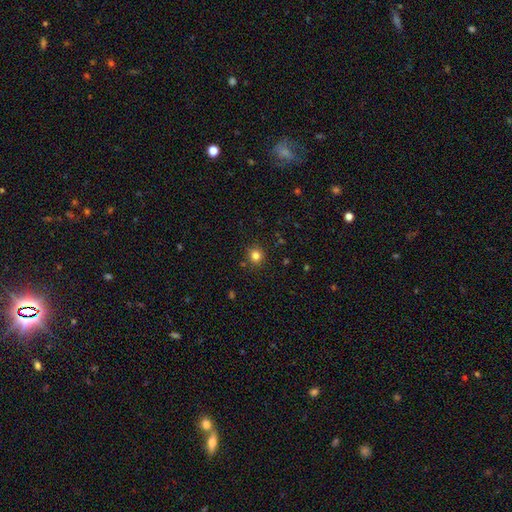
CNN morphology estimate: type=smooth (82%); roundness=round (91%); merging=none (88%).